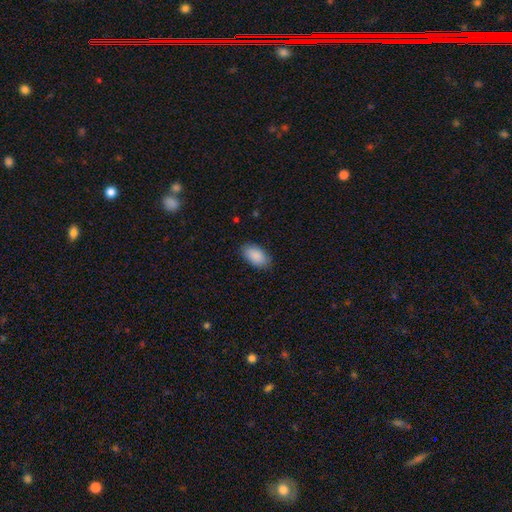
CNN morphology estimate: This is clearly a smooth galaxy (90%). How rounded: clearly in between (94%). Merging: clearly none (86%).